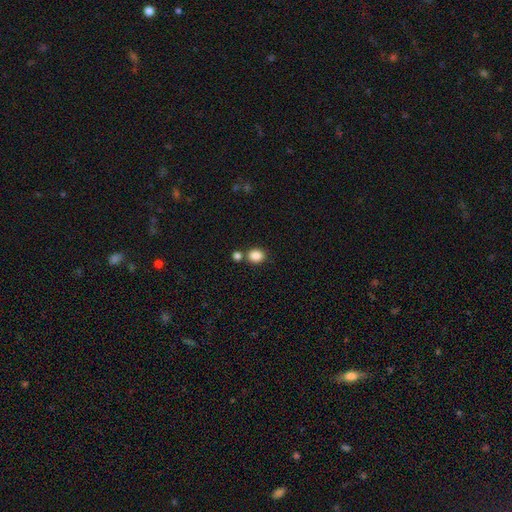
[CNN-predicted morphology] Smooth or featured?
  - smooth: 86% *
  - star or artifact: 10%
  - featured or disk: 4%
How rounded?
  - round: 59% *
  - in between: 40%
  - cigar-shaped: 1%
Merging?
  - none: 69% *
  - merger: 19%
  - minor disturbance: 9%
  - major disturbance: 3%